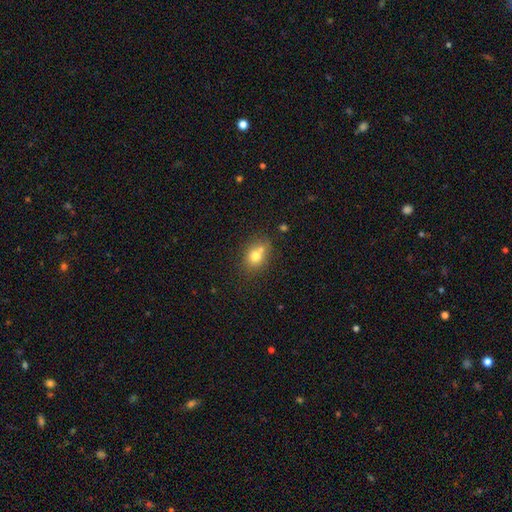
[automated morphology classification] smooth_or_featured: smooth (p=0.73) [alt: featured or disk p=0.15]
how_rounded: round (p=0.56) [alt: in between p=0.43]
merging: none (p=0.55) [alt: merger p=0.27]